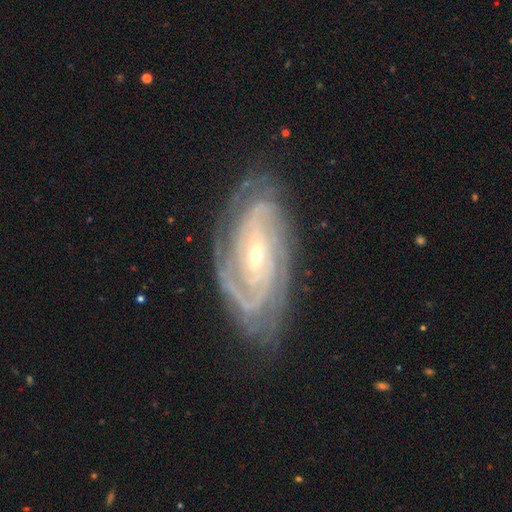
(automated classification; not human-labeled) This is clearly a featured or disk galaxy (89%). It is clearly not viewed edge-on (94%). Bar: marginally no (43%). Spiral arm pattern: clearly yes (98%). Spiral arm count: marginally 2 (28%). Spiral winding: likely tight (73%). Central bulge: likely small (65%). Merging: likely none (77%).